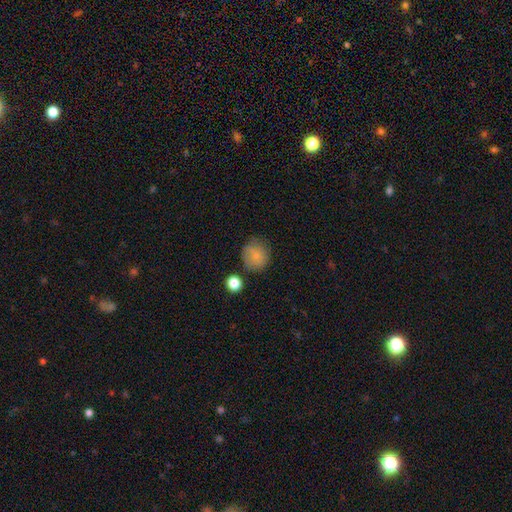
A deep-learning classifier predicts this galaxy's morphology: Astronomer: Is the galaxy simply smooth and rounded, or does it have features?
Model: smooth — 80%.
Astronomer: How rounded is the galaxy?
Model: round — 87%.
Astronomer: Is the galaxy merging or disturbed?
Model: none — 72%.